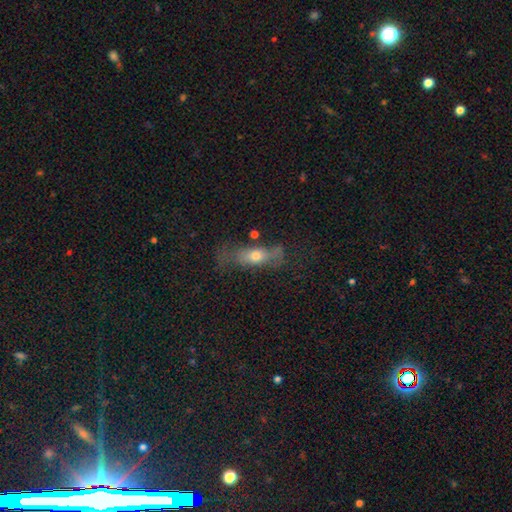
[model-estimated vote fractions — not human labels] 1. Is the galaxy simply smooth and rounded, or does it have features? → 54% smooth, 36% featured or disk, 10% star or artifact.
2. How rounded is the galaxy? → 55% in between, 40% cigar-shaped, 5% round.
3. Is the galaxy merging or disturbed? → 48% none, 26% minor disturbance, 21% major disturbance, 5% merger.